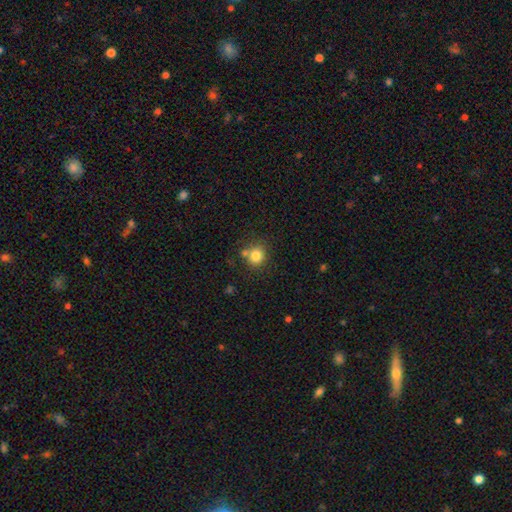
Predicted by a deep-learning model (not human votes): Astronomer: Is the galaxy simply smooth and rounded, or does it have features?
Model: smooth — 81%.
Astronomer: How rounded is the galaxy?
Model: round — 83%.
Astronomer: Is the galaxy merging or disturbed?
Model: none — 68%.